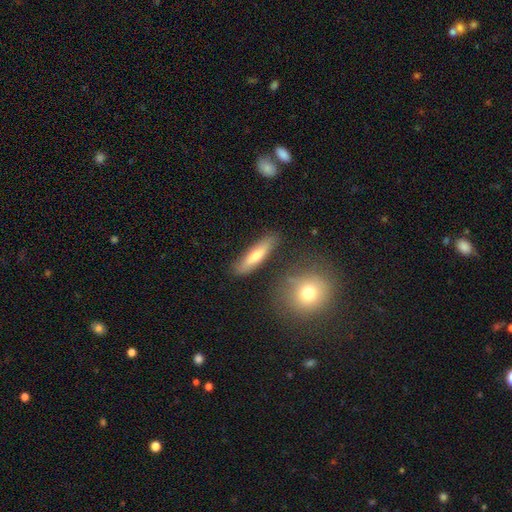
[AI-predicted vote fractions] smooth_or_featured: smooth (p=0.60) [alt: featured or disk p=0.32]
how_rounded: cigar-shaped (p=0.74) [alt: in between p=0.23]
merging: none (p=0.83) [alt: minor disturbance p=0.10]